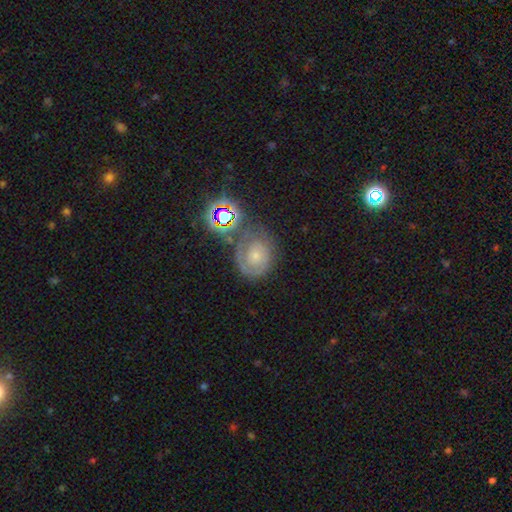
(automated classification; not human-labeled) The model was most divided on "smooth or featured": featured or disk: 51%, smooth: 33%, star or artifact: 16%. More confident: edge-on disk — no (97%); merging — none (53%).